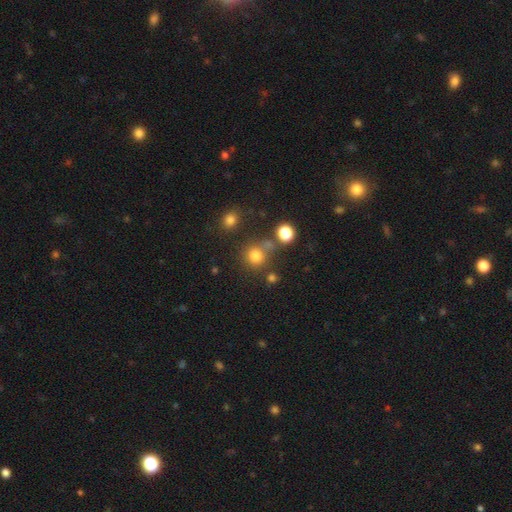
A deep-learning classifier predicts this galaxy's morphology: Smooth or featured?
  - smooth: 77% *
  - star or artifact: 17%
  - featured or disk: 6%
How rounded?
  - round: 88% *
  - in between: 11%
  - cigar-shaped: 1%
Merging?
  - none: 66% *
  - merger: 17%
  - minor disturbance: 11%
  - major disturbance: 6%